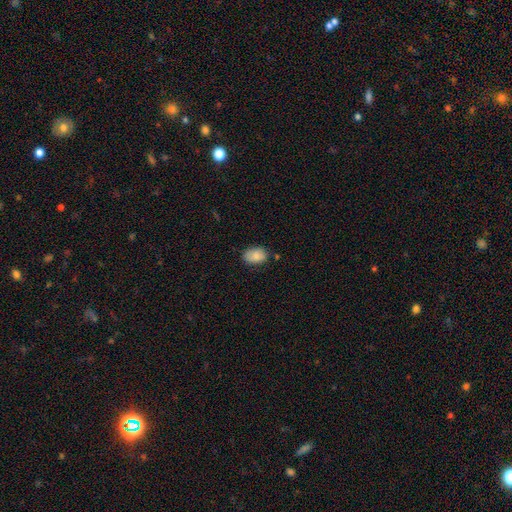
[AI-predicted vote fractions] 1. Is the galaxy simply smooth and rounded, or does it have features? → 84% smooth, 9% featured or disk, 7% star or artifact.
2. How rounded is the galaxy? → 86% in between, 13% round, 1% cigar-shaped.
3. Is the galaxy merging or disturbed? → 75% none, 19% minor disturbance, 3% major disturbance, 3% merger.